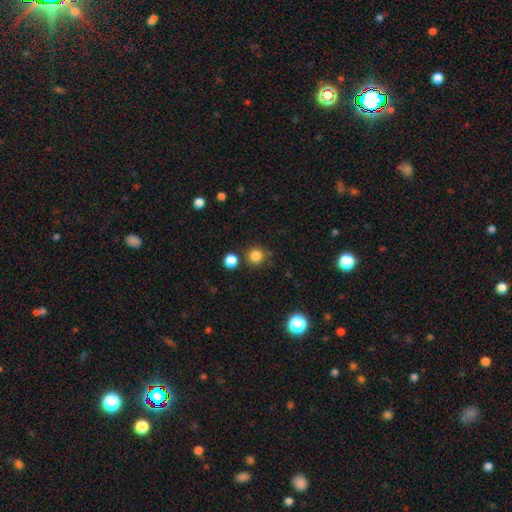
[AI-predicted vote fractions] A smooth galaxy with no disk features (83%) that is round (93%).

Vote fractions:
- Smooth or featured? smooth: 83% / star or artifact: 13% / featured or disk: 4%
- How rounded? round: 93% / in between: 6% / cigar-shaped: 1%
- Merging? none: 79% / minor disturbance: 10% / merger: 7% / major disturbance: 3%